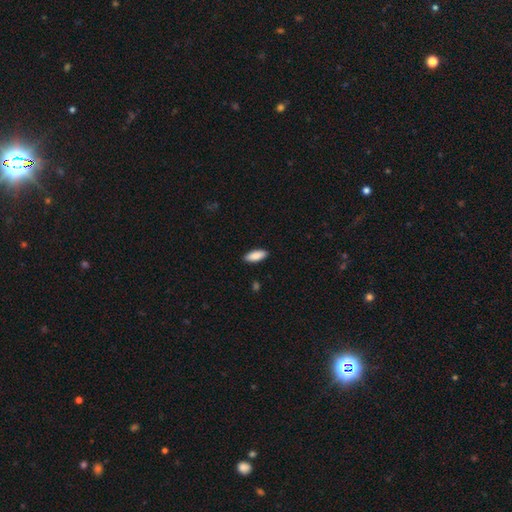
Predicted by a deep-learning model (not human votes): Q: Smooth or featured?
A: smooth (89%); runner-up: star or artifact (6%)
Q: How rounded?
A: in between (80%); runner-up: cigar-shaped (18%)
Q: Merging?
A: none (89%); runner-up: minor disturbance (8%)